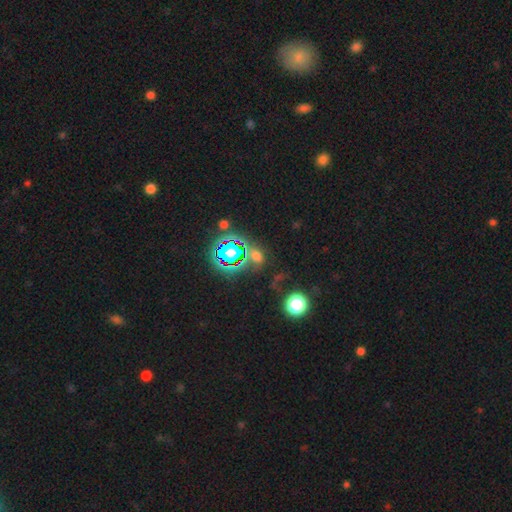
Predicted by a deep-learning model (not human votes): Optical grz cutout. It shows a star or artifact, not a galaxy (50%).